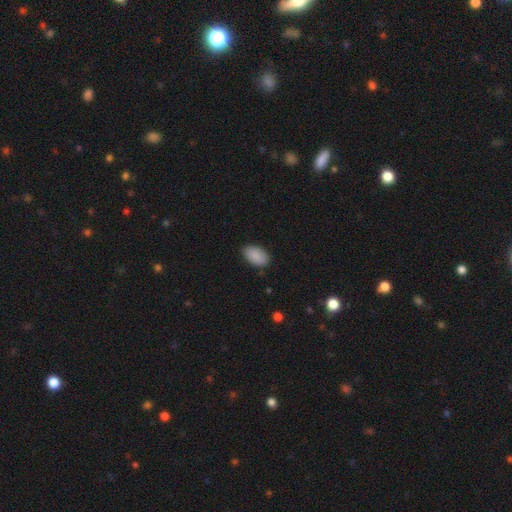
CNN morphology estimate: smooth_or_featured: smooth (p=0.90) [alt: star or artifact p=0.06]
how_rounded: in between (p=0.93) [alt: round p=0.05]
merging: none (p=0.86) [alt: minor disturbance p=0.11]